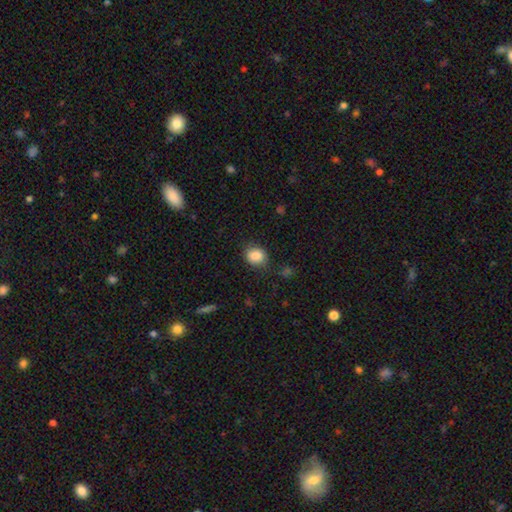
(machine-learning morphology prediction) Smooth or featured? Predicted: smooth (p=0.87). How rounded? Predicted: round (p=0.58). Merging? Predicted: none (p=0.76).